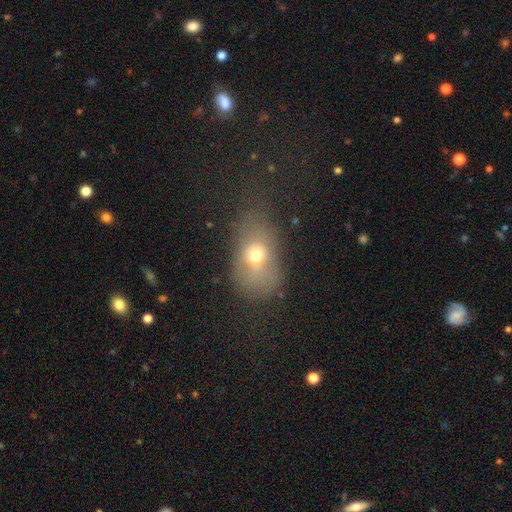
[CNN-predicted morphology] smooth 65%, featured or disk 21%, star or artifact 14%. Down the decision tree: how rounded — in between (68%); merging — none (36%).